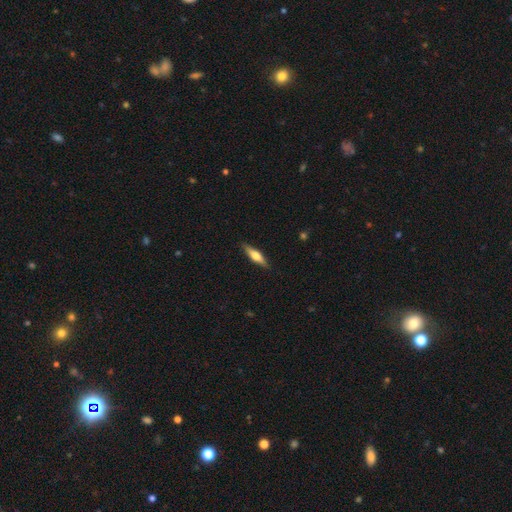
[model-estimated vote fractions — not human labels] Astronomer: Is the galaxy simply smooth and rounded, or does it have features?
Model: featured or disk — 48% (runner-up: smooth, 46%).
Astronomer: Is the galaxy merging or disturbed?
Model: none — 88%.